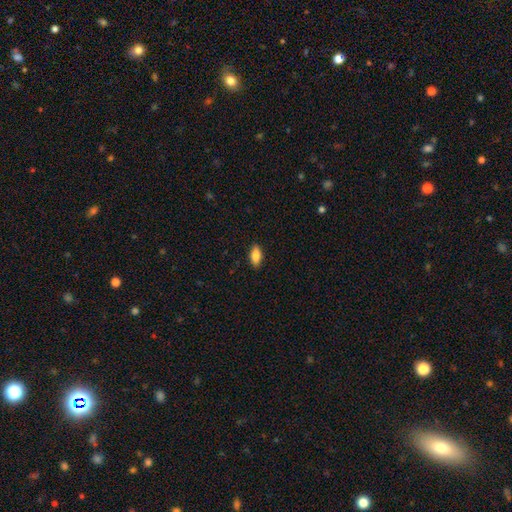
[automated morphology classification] The model was most divided on "smooth or featured": smooth: 83%, featured or disk: 10%, star or artifact: 7%. More confident: merging — none (89%); how rounded — in between (86%).